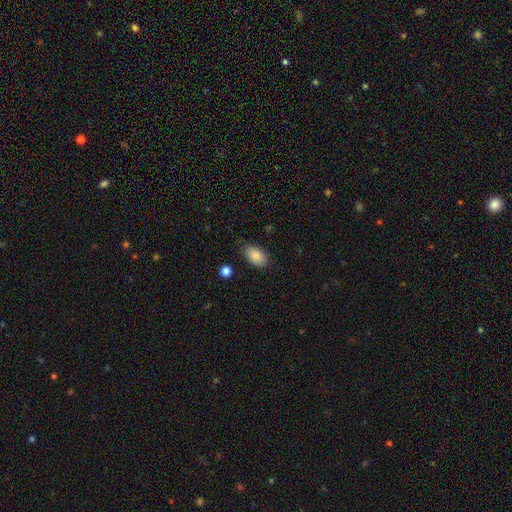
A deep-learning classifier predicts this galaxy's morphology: Q: Smooth or featured?
A: smooth (86%); runner-up: star or artifact (7%)
Q: How rounded?
A: in between (92%); runner-up: round (6%)
Q: Merging?
A: none (77%); runner-up: minor disturbance (18%)